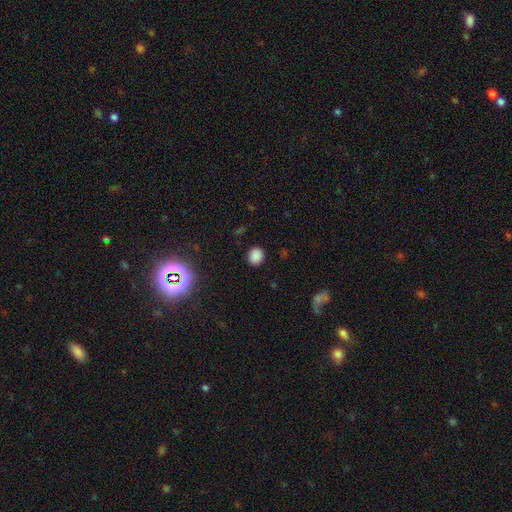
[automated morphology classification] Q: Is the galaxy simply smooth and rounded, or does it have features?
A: smooth — 84%.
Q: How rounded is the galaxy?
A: round — 80%.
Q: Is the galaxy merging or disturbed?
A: none — 89%.